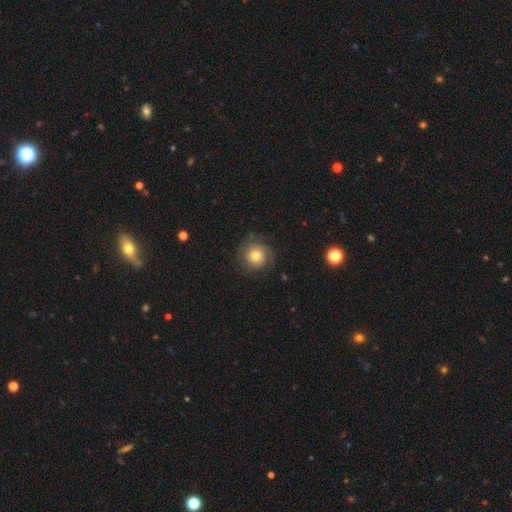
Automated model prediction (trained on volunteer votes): Smooth or featured? Predicted: smooth (p=0.52). How rounded? Predicted: round (p=0.91). Merging? Predicted: none (p=0.76).